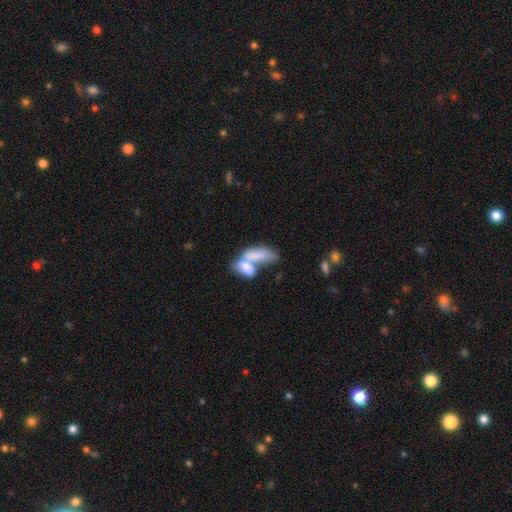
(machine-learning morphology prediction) This is likely a smooth galaxy (73%). How rounded: clearly in between (81%). Merging: likely merger (71%).